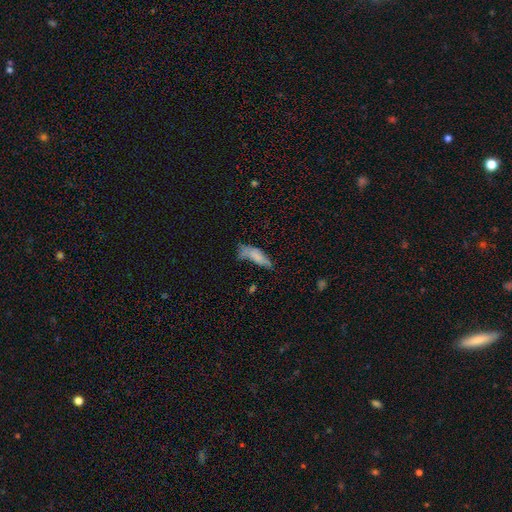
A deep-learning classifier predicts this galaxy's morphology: A smooth galaxy with no disk features (69%) that is in between round and cigar-shaped (61%). Merging: none (37%).